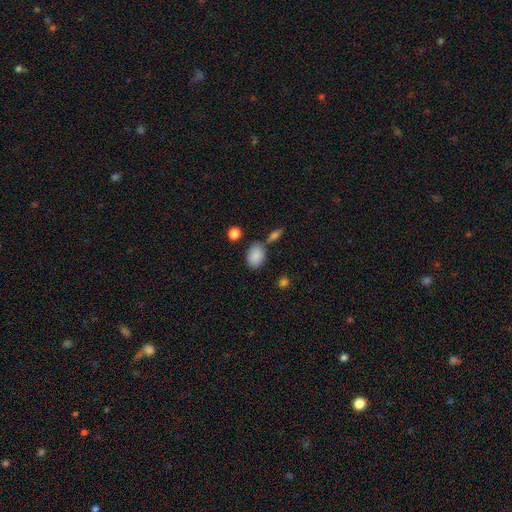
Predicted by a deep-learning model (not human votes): Smooth or featured: smooth — 87% (star or artifact — 8%)
How rounded: in between — 80% (round — 18%)
Merging: none — 69% (minor disturbance — 15%)